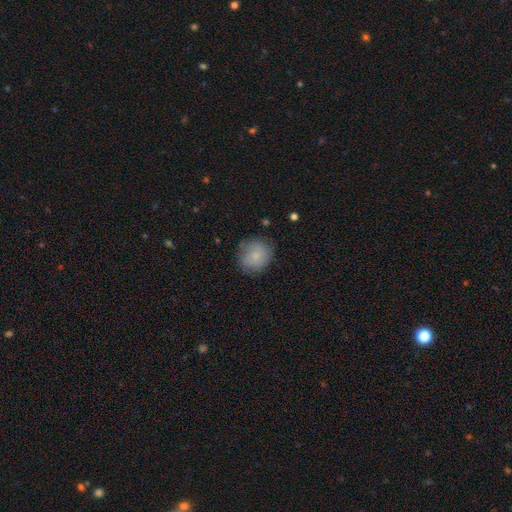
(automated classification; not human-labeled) Morphology: type=smooth (80%); roundness=round (81%); merging=none (76%).